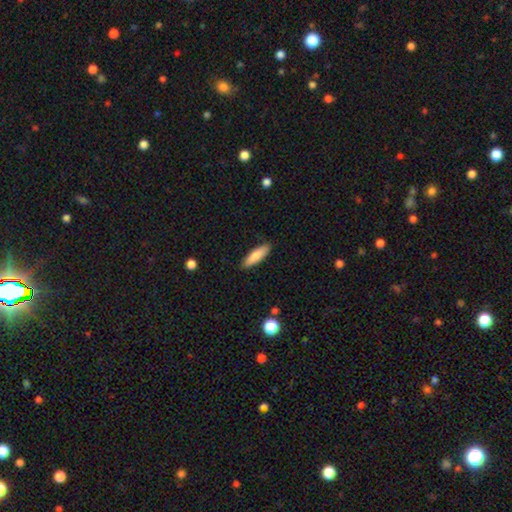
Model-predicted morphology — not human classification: smooth_or_featured: smooth (p=0.82) [alt: featured or disk p=0.12]
how_rounded: cigar-shaped (p=0.61) [alt: in between p=0.37]
merging: none (p=0.88) [alt: minor disturbance p=0.09]